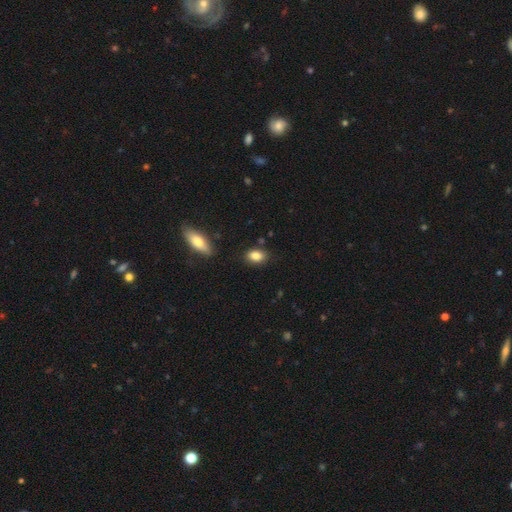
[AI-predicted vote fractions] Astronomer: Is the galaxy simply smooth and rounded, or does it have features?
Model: smooth — 84%.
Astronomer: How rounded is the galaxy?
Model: in between — 81%.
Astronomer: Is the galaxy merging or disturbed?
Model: none — 83%.